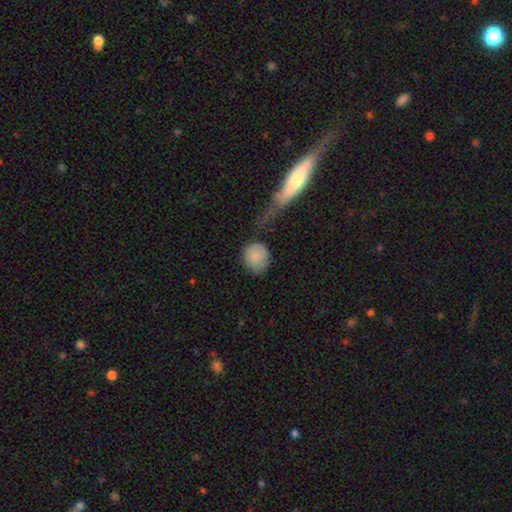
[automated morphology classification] Smooth or featured: smooth — 84% (featured or disk — 9%)
How rounded: round — 78% (in between — 21%)
Merging: none — 64% (minor disturbance — 22%)